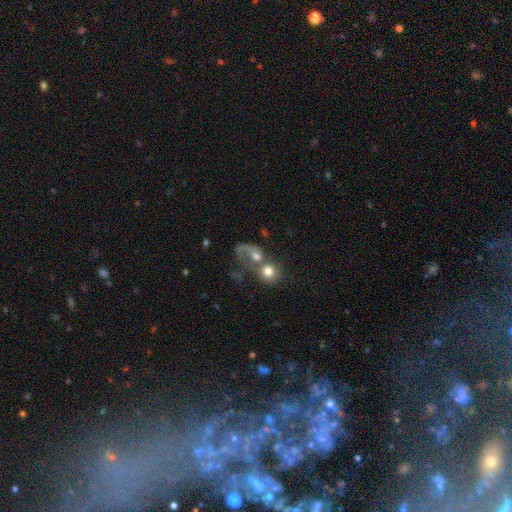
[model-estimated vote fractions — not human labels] smooth_or_featured: smooth (p=0.55) [alt: featured or disk p=0.34]
how_rounded: round (p=0.63) [alt: in between p=0.35]
merging: merger (p=0.67) [alt: major disturbance p=0.14]